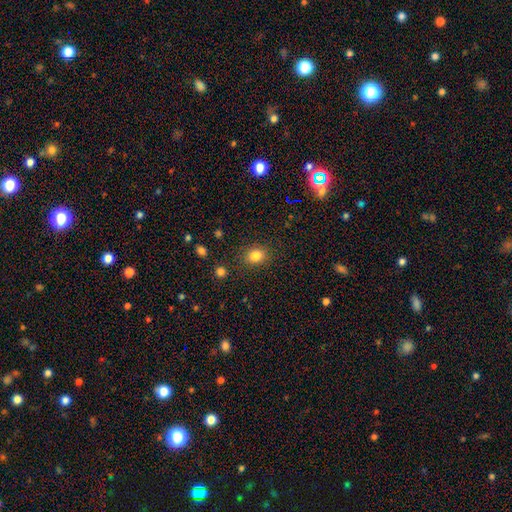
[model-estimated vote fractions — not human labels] Smooth or featured? Predicted: smooth (p=0.83). How rounded? Predicted: round (p=0.56). Merging? Predicted: none (p=0.85).